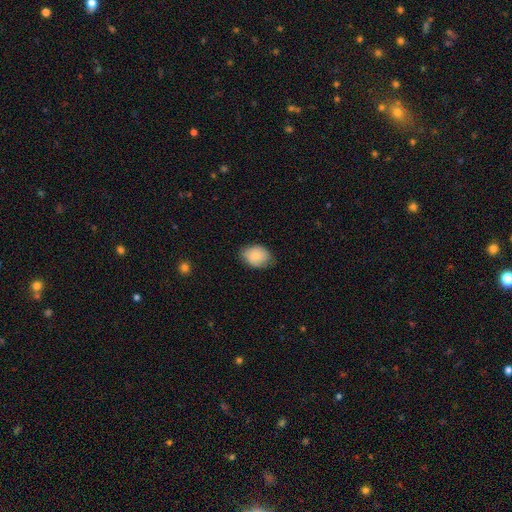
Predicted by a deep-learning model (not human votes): A smooth galaxy with no disk features (81%) that is in between round and cigar-shaped (67%).

Vote fractions:
- Smooth or featured? smooth: 81% / featured or disk: 12% / star or artifact: 7%
- How rounded? in between: 67% / round: 32% / cigar-shaped: 1%
- Merging? none: 70% / minor disturbance: 25% / major disturbance: 4% / merger: 1%